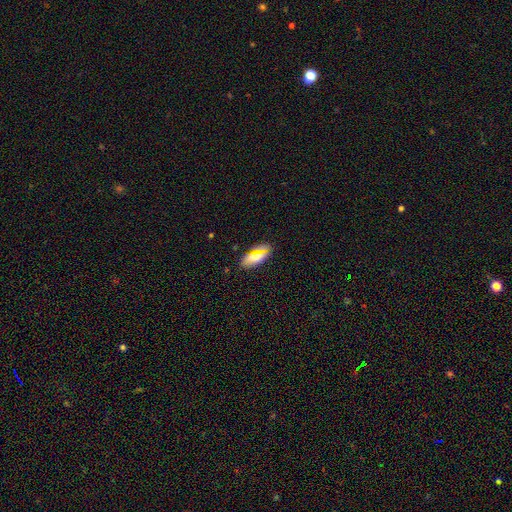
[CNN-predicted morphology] Smooth or featured? smooth (64%)
How rounded? in between (81%)
Merging? none (81%)